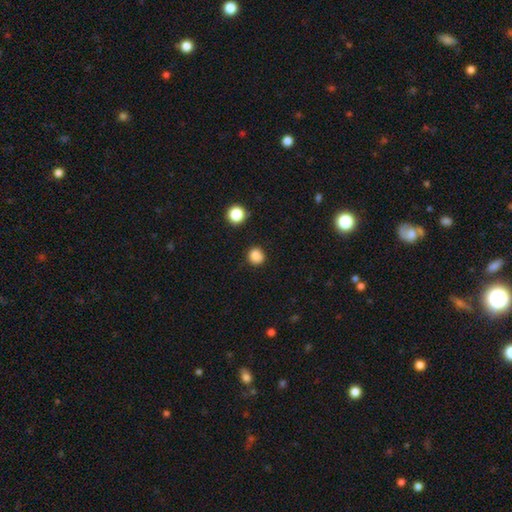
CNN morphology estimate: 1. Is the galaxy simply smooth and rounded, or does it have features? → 83% smooth, 12% star or artifact, 5% featured or disk.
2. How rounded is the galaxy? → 90% round, 9% in between, 1% cigar-shaped.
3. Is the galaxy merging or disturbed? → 80% none, 13% minor disturbance, 4% merger, 3% major disturbance.